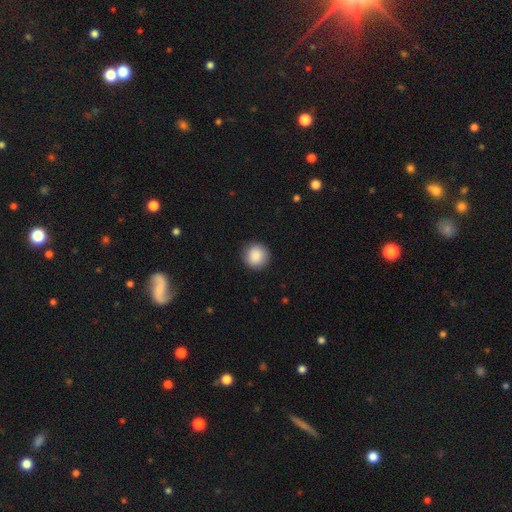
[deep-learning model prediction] smooth-or-featured: smooth: 89% | star or artifact: 7% | featured or disk: 4%
  how-rounded: round: 94% | in between: 5% | cigar-shaped: 1%
  merging: none: 91% | minor disturbance: 6% | major disturbance: 2% | merger: 1%